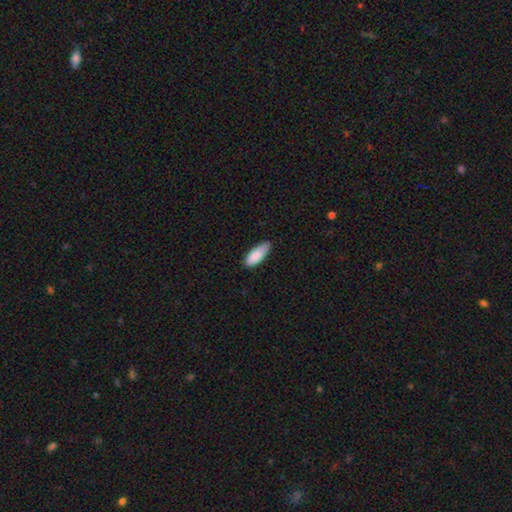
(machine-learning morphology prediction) This appears to be a smooth galaxy with no disk features (88%) that is in between round and cigar-shaped (79%). Merging: none (72%).